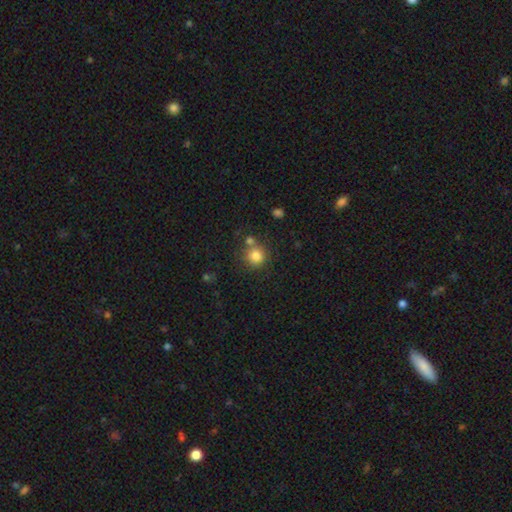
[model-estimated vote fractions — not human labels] This is clearly a smooth galaxy (82%). How rounded: clearly round (89%). Merging: likely none (67%).